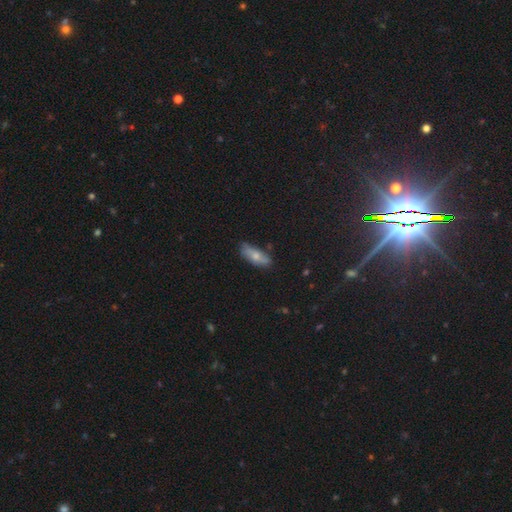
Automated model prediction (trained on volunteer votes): Q: Smooth or featured?
A: smooth (69%); runner-up: featured or disk (24%)
Q: How rounded?
A: in between (73%); runner-up: cigar-shaped (24%)
Q: Merging?
A: none (68%); runner-up: minor disturbance (25%)